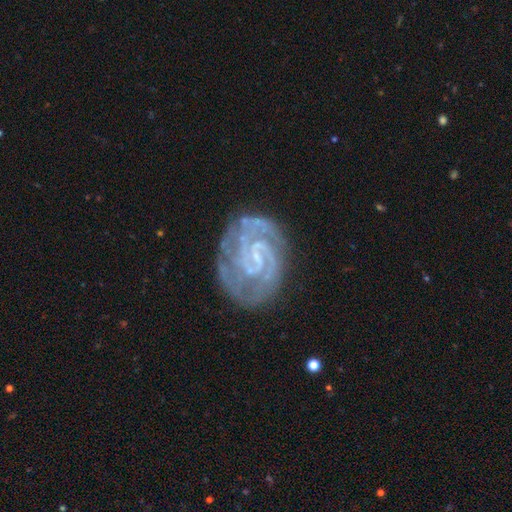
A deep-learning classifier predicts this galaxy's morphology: This appears to be a featured or disk galaxy (90%) with a weak bar (47%), 2 (55%) tight (69%) spiral arms (98%) and a small central bulge (66%). Merging: none (75%).